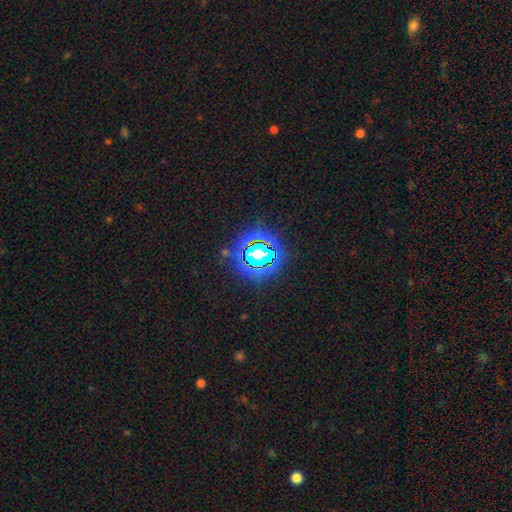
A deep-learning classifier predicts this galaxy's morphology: smooth-or-featured: star or artifact: 83% | smooth: 11% | featured or disk: 7%